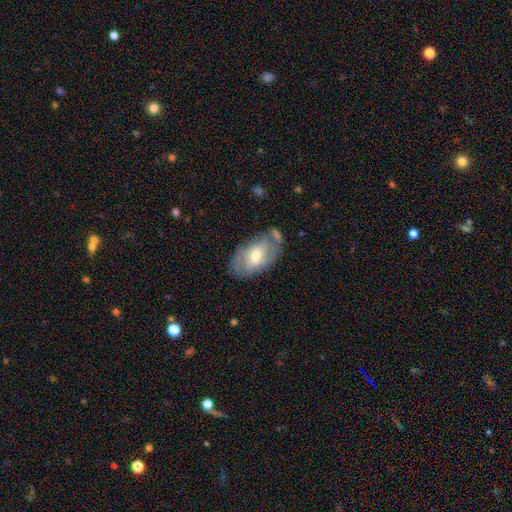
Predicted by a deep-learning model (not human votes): This appears to be a featured or disk galaxy (61%) with a weak bar (48%), spiral arms (74%) and a moderate central bulge (66%). Merging: none (61%).